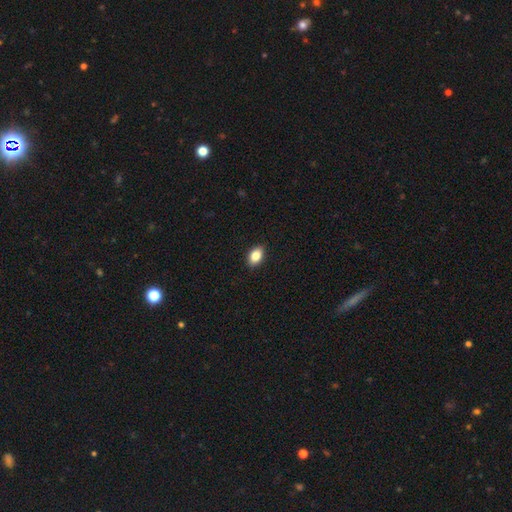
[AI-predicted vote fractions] Overall: smooth (86%). How rounded: in between (87%). Merging: none (90%).